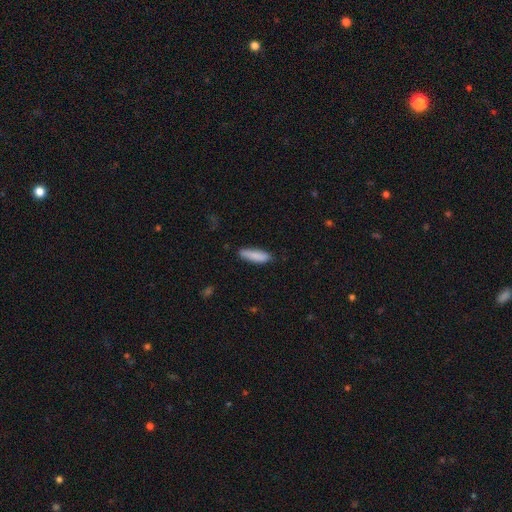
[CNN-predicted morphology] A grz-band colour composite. It shows a smooth galaxy with no disk features (86%) that is cigar-shaped (65%). Merging: none (81%).